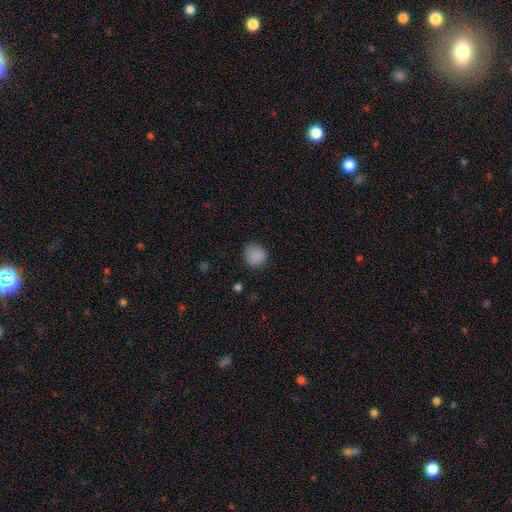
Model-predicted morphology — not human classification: smooth 87%, star or artifact 10%, featured or disk 3%. Down the decision tree: how rounded — round (87%); merging — none (84%).